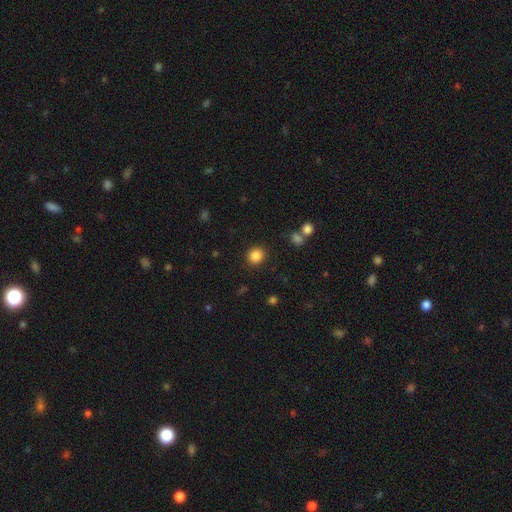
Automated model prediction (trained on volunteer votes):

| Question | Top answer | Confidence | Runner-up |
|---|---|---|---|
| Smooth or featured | smooth | 85% | star or artifact (11%) |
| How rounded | round | 88% | in between (12%) |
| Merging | none | 89% | minor disturbance (6%) |